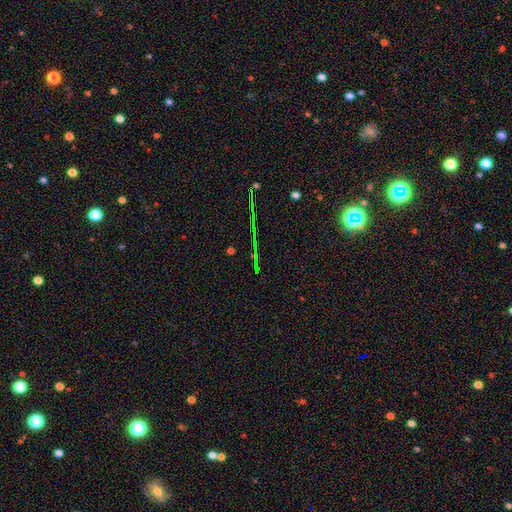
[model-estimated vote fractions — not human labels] smooth-or-featured: star or artifact: 76% | featured or disk: 13% | smooth: 12%